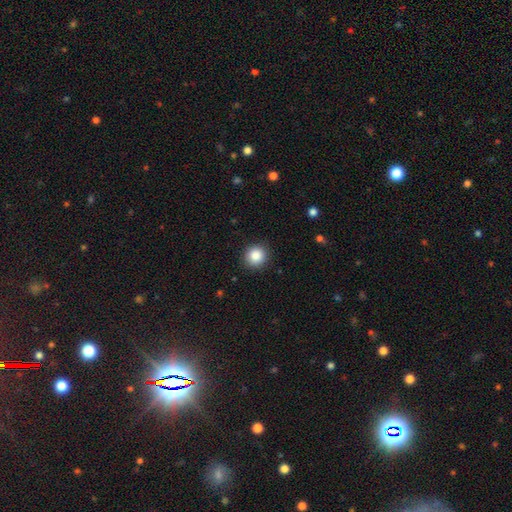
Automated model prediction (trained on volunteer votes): Q: Smooth or featured?
A: smooth (87%); runner-up: star or artifact (9%)
Q: How rounded?
A: round (93%); runner-up: in between (6%)
Q: Merging?
A: none (91%); runner-up: minor disturbance (7%)